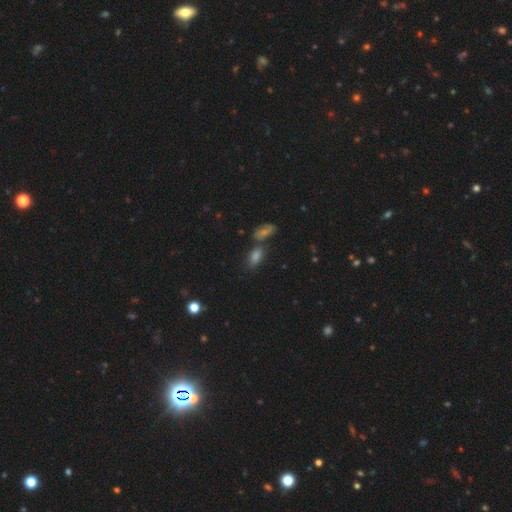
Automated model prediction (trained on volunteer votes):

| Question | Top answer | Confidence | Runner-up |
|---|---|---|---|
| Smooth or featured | smooth | 64% | star or artifact (22%) |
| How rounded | in between | 80% | cigar-shaped (11%) |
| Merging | none | 53% | merger (32%) |